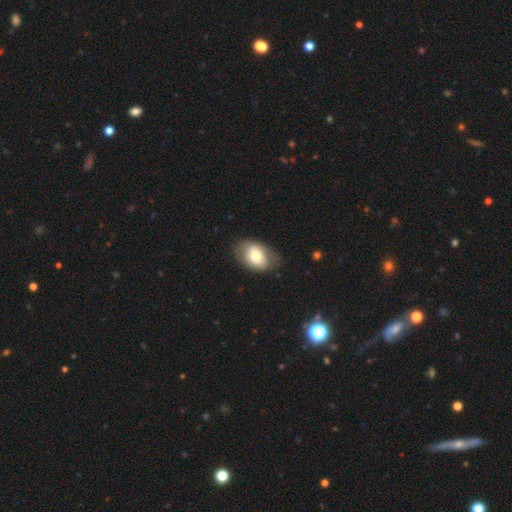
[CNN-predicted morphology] type=smooth (67%); roundness=in between (86%); merging=none (74%).